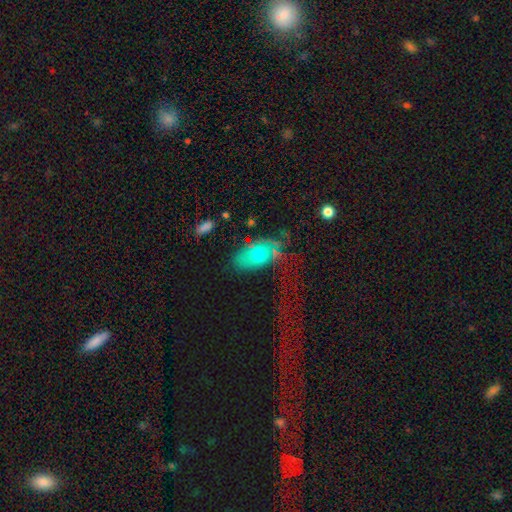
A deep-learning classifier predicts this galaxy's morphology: The model was most divided on "merging": none: 43%, major disturbance: 27%, minor disturbance: 22%, merger: 8%. More confident: how rounded — in between (83%); smooth or featured — smooth (53%).